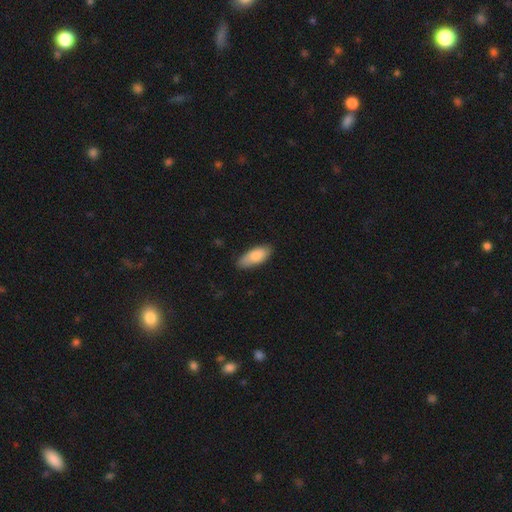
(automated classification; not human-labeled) A smooth galaxy with no disk features (85%) that is in between round and cigar-shaped (84%).

Vote fractions:
- Smooth or featured? smooth: 85% / featured or disk: 9% / star or artifact: 6%
- How rounded? in between: 84% / cigar-shaped: 14% / round: 2%
- Merging? none: 80% / minor disturbance: 16% / major disturbance: 2% / merger: 1%